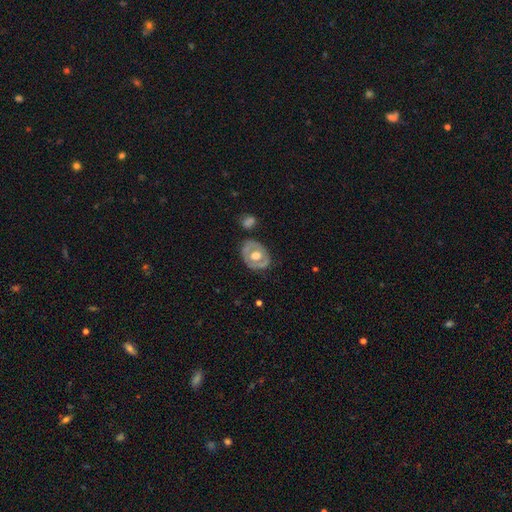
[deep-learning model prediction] Q: Smooth or featured?
A: featured or disk (58%); runner-up: smooth (37%)
Q: Edge-on disk?
A: no (93%); runner-up: yes (7%)
Q: Bar?
A: no (80%); runner-up: weak (15%)
Q: Spiral arms?
A: no (80%); runner-up: yes (20%)
Q: Bulge size?
A: moderate (55%); runner-up: large (38%)
Q: Merging?
A: none (72%); runner-up: minor disturbance (18%)